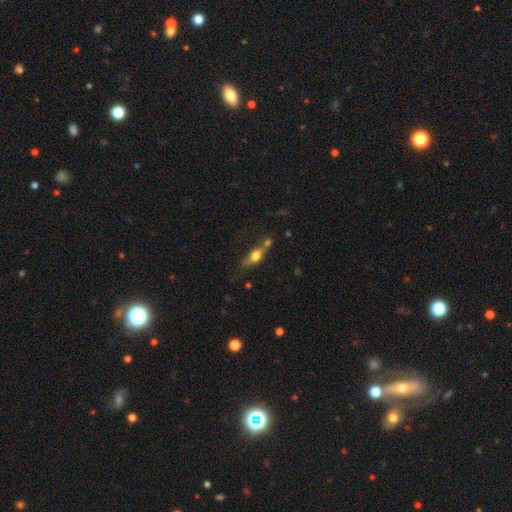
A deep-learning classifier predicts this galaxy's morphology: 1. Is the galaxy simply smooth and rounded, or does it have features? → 51% smooth, 40% featured or disk, 9% star or artifact.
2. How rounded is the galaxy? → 49% in between, 41% cigar-shaped, 10% round.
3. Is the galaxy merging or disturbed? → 50% none, 22% merger, 19% minor disturbance, 8% major disturbance.